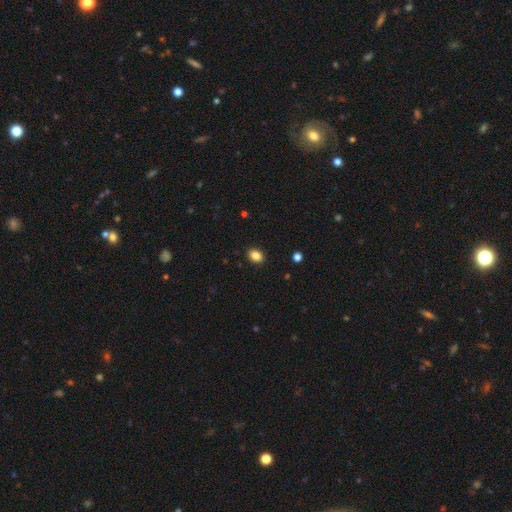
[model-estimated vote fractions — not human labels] This is clearly a smooth galaxy (86%). How rounded: likely in between (71%). Merging: clearly none (90%).